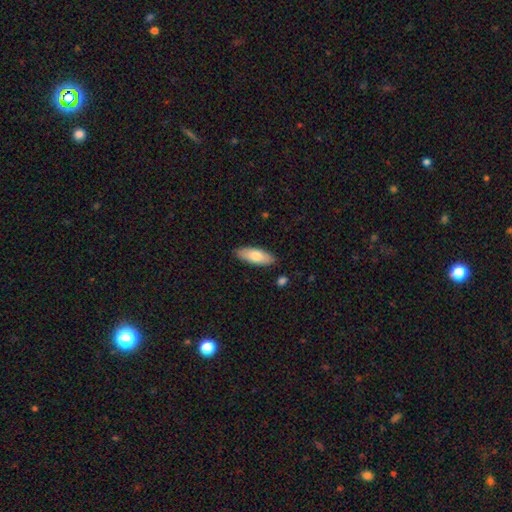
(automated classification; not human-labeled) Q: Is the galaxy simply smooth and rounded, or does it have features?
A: smooth — 78%.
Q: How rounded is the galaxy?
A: in between — 74%.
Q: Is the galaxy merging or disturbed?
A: none — 87%.